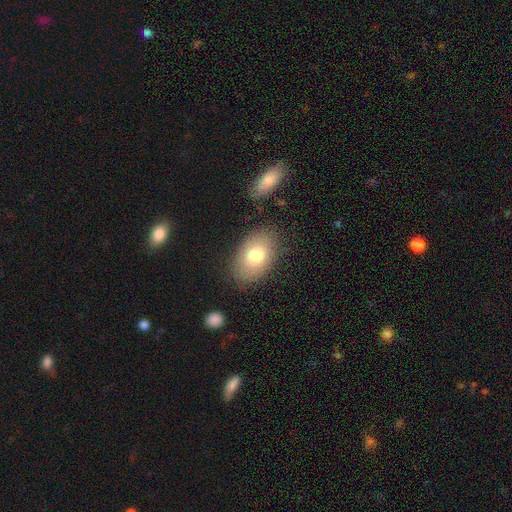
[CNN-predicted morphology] A smooth galaxy with no disk features (76%) that is in between round and cigar-shaped (88%).

Vote fractions:
- Smooth or featured? smooth: 76% / featured or disk: 16% / star or artifact: 8%
- How rounded? in between: 88% / round: 11% / cigar-shaped: 1%
- Merging? none: 82% / minor disturbance: 12% / major disturbance: 4% / merger: 2%